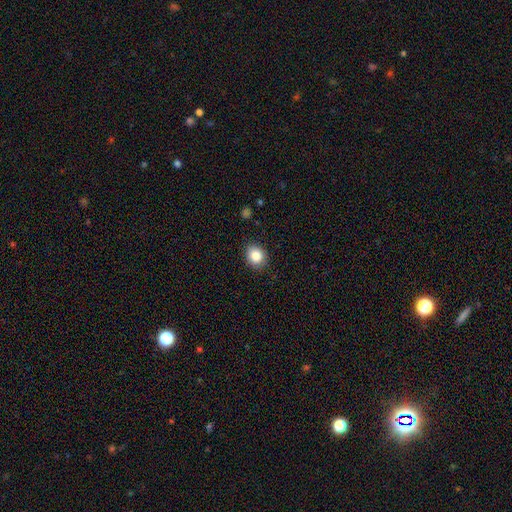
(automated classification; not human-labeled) Smooth or featured?
  - smooth: 86% *
  - star or artifact: 9%
  - featured or disk: 6%
How rounded?
  - round: 58% *
  - in between: 41%
  - cigar-shaped: 1%
Merging?
  - none: 85% *
  - minor disturbance: 11%
  - major disturbance: 3%
  - merger: 1%